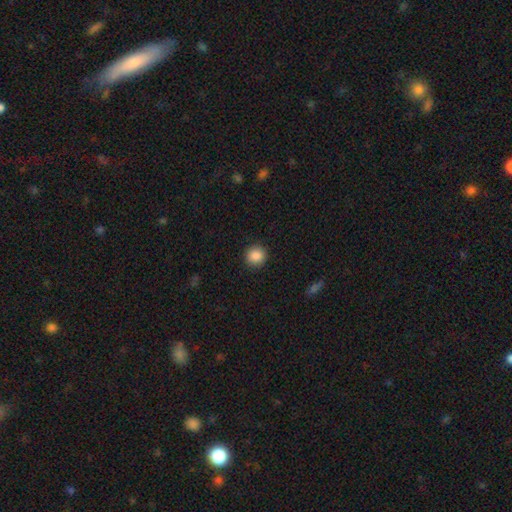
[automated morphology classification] Smooth or featured?
  - smooth: 88% *
  - star or artifact: 9%
  - featured or disk: 3%
How rounded?
  - round: 90% *
  - in between: 9%
  - cigar-shaped: 1%
Merging?
  - none: 90% *
  - minor disturbance: 7%
  - major disturbance: 2%
  - merger: 1%